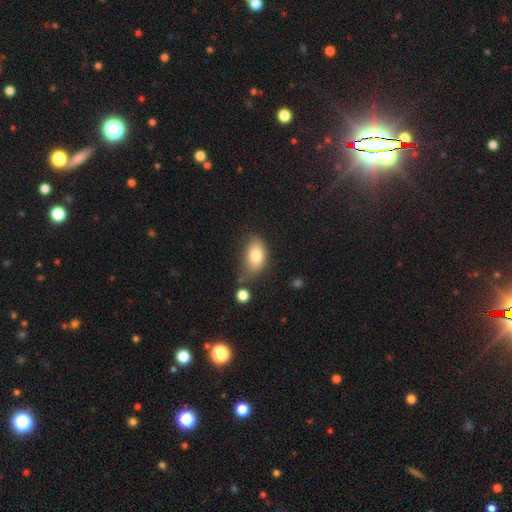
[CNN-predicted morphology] A smooth galaxy with no disk features (79%) that is in between round and cigar-shaped (89%). Merging: none (51%).